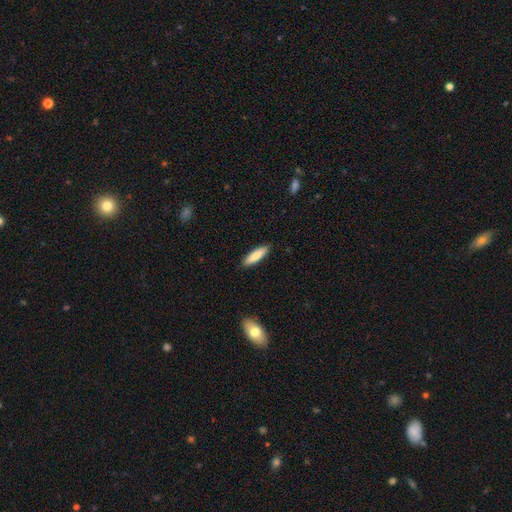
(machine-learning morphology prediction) A smooth galaxy with no disk features (83%) that is cigar-shaped (65%). Merging: none (90%).